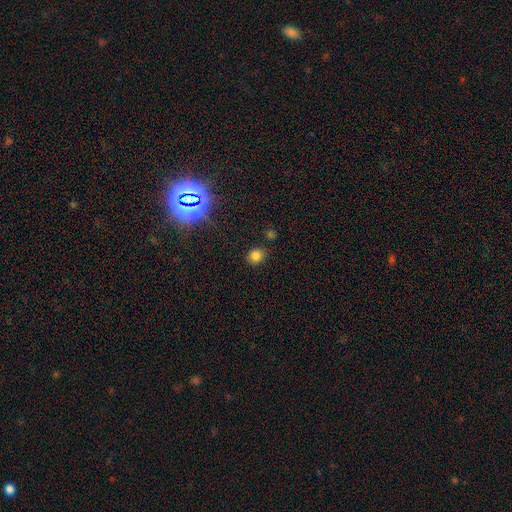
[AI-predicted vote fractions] smooth 78%, star or artifact 16%, featured or disk 6%. Down the decision tree: how rounded — round (73%); merging — none (84%).